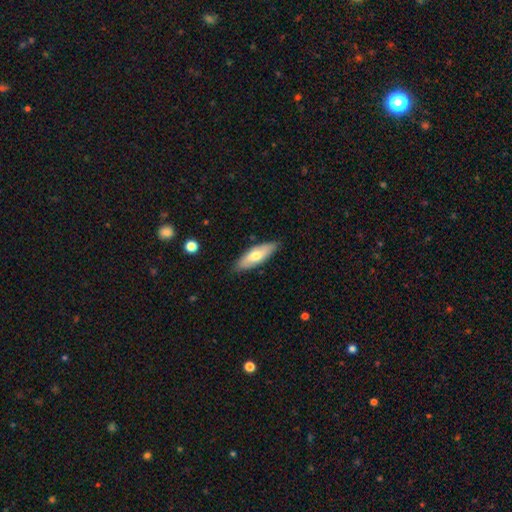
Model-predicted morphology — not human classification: A smooth galaxy with no disk features (64%) that is in between round and cigar-shaped (64%).

Vote fractions:
- Smooth or featured? smooth: 64% / featured or disk: 30% / star or artifact: 6%
- How rounded? in between: 64% / cigar-shaped: 34% / round: 2%
- Merging? none: 85% / minor disturbance: 12% / major disturbance: 2% / merger: 1%